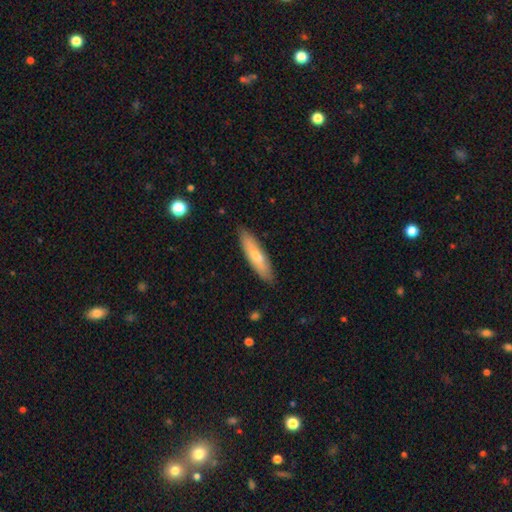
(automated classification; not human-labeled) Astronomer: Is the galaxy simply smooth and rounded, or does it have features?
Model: smooth — 68%.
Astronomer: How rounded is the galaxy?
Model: cigar-shaped — 73%.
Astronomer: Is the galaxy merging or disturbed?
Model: none — 85%.